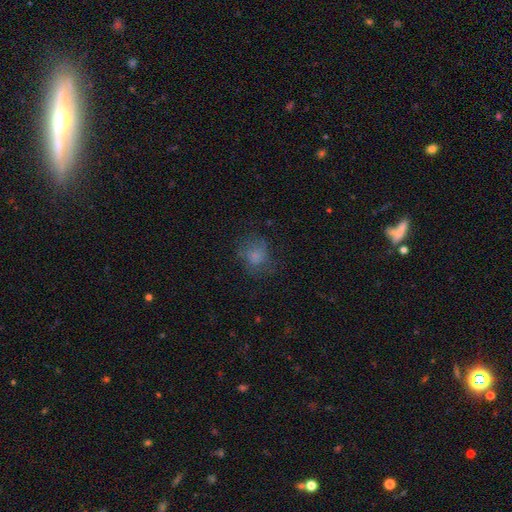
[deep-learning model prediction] This is likely a smooth galaxy (65%). How rounded: likely round (66%). Merging: possibly none (57%).